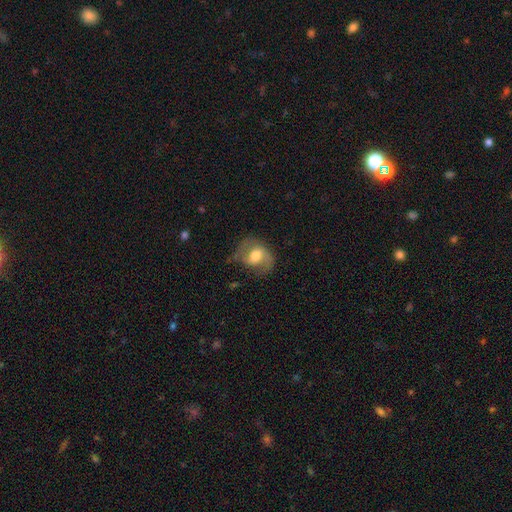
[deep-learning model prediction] Overall: featured or disk (55%; smooth 38%). Edge-on disk: no (96%). Bar: weak (43%; no 41%). Spiral arms: yes (79%). Bulge size: moderate (61%; large 23%). Merging: none (57%; minor disturbance 24%).